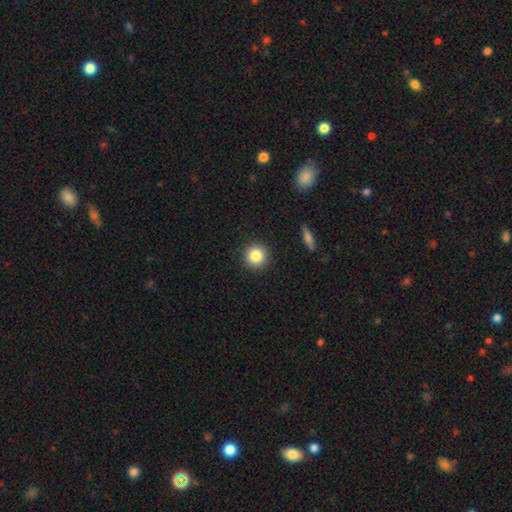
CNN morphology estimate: smooth-or-featured: smooth: 83% | star or artifact: 10% | featured or disk: 7%
  how-rounded: round: 94% | in between: 5% | cigar-shaped: 1%
  merging: none: 92% | minor disturbance: 5% | major disturbance: 2% | merger: 1%